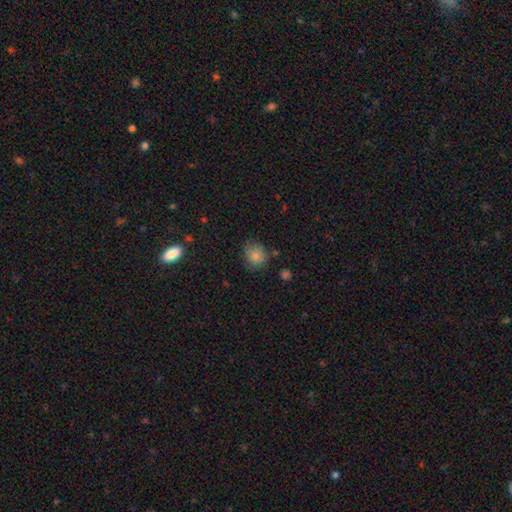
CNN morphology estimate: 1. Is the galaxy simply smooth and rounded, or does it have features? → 82% smooth, 10% star or artifact, 8% featured or disk.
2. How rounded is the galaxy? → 72% round, 27% in between, 1% cigar-shaped.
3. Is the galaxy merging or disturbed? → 68% none, 23% minor disturbance, 5% major disturbance, 3% merger.